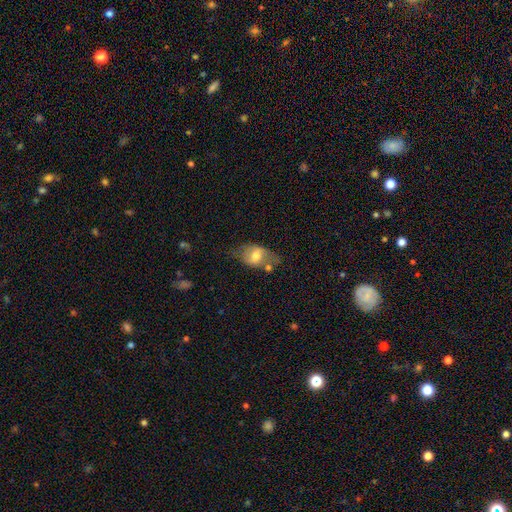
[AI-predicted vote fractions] Smooth or featured? Predicted: smooth (p=0.56). How rounded? Predicted: in between (p=0.79). Merging? Predicted: none (p=0.48).